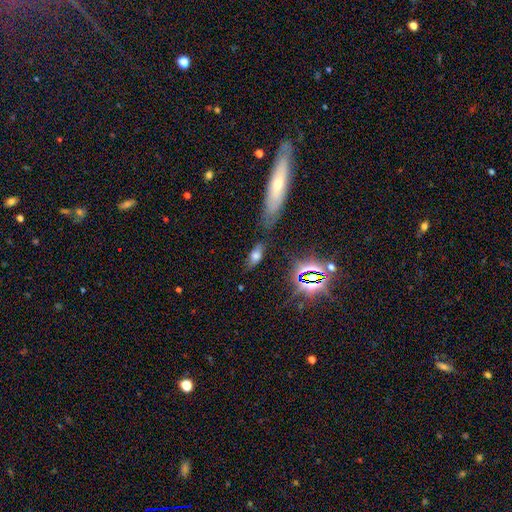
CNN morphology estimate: A smooth galaxy with no disk features (62%) that is in between round and cigar-shaped (79%). Merging: none (68%).